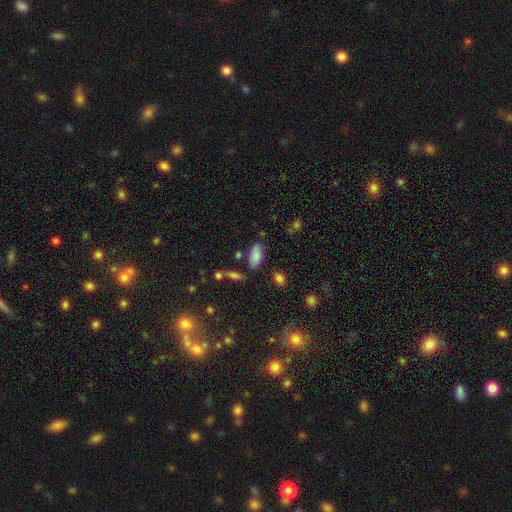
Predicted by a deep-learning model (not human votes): Smooth or featured? smooth (83%)
How rounded? in between (88%)
Merging? none (72%)